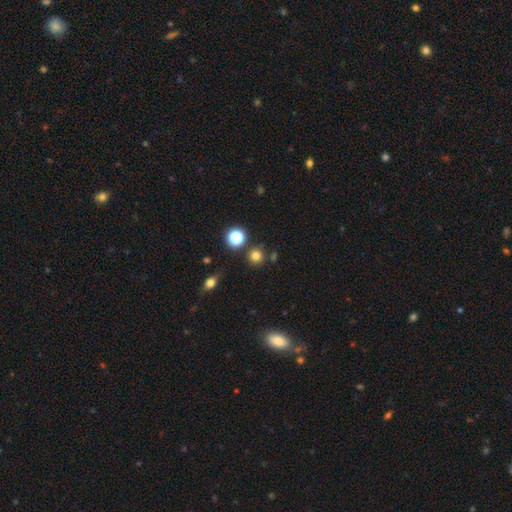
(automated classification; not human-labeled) This is likely a smooth galaxy (76%). How rounded: clearly round (92%). Merging: clearly none (84%).